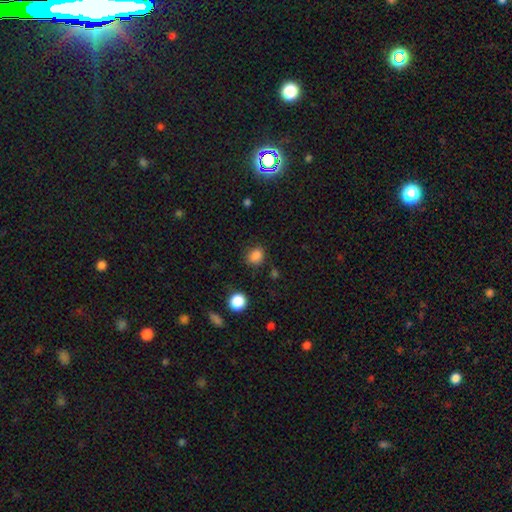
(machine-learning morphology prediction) Smooth or featured? Predicted: smooth (p=0.83). How rounded? Predicted: round (p=0.58). Merging? Predicted: none (p=0.79).